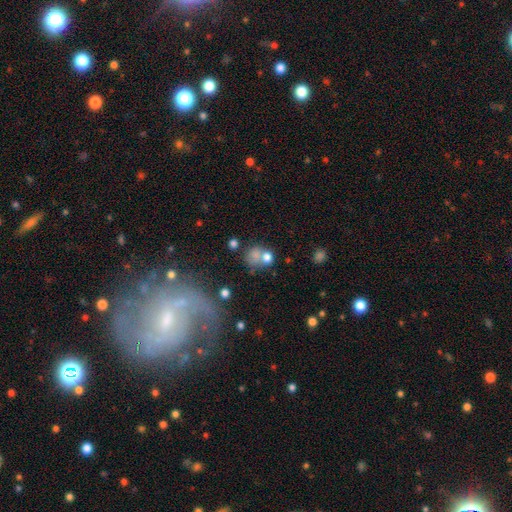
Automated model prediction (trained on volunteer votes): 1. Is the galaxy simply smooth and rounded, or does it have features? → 72% smooth, 14% featured or disk, 14% star or artifact.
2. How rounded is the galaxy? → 70% round, 28% in between, 1% cigar-shaped.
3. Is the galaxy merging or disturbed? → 43% merger, 36% none, 12% minor disturbance, 9% major disturbance.